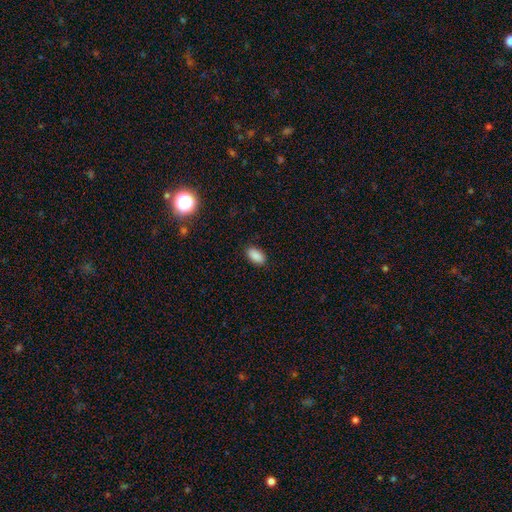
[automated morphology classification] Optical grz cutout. It shows a smooth galaxy with no disk features (89%) that is in between round and cigar-shaped (93%). Merging: none (89%).